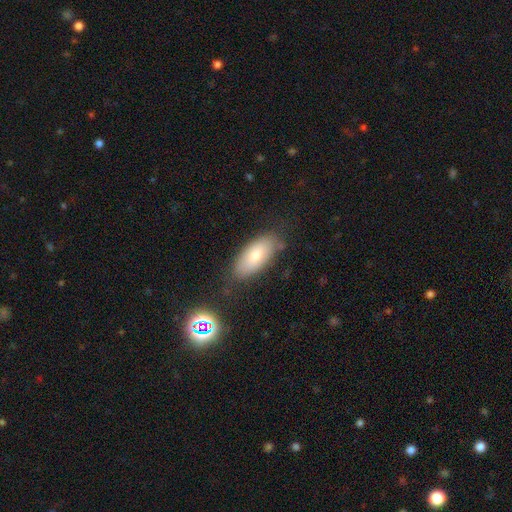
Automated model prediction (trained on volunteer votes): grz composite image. It shows a smooth galaxy with no disk features (74%) that is in between round and cigar-shaped (87%). Merging: none (75%).